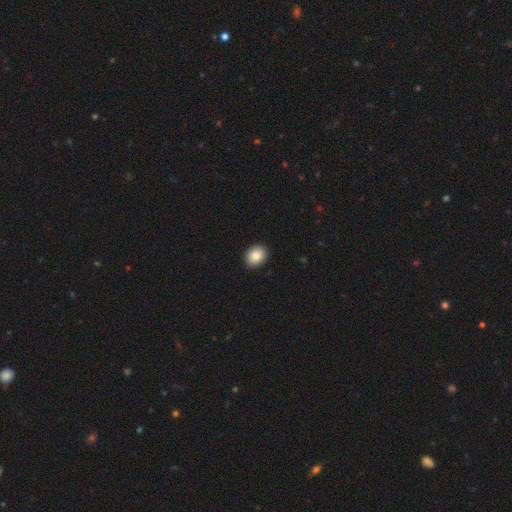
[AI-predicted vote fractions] smooth_or_featured: smooth (p=0.85) [alt: star or artifact p=0.08]
how_rounded: in between (p=0.51) [alt: round p=0.49]
merging: none (p=0.92) [alt: minor disturbance p=0.06]